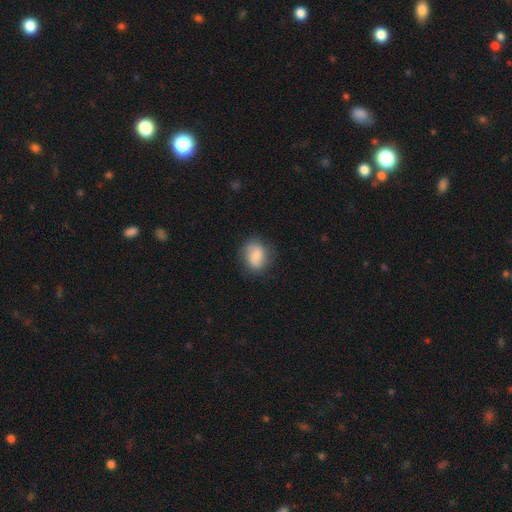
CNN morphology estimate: Smooth or featured?
  - smooth: 66% *
  - featured or disk: 26%
  - star or artifact: 8%
How rounded?
  - round: 57% *
  - in between: 41%
  - cigar-shaped: 1%
Merging?
  - none: 75% *
  - minor disturbance: 17%
  - major disturbance: 6%
  - merger: 1%